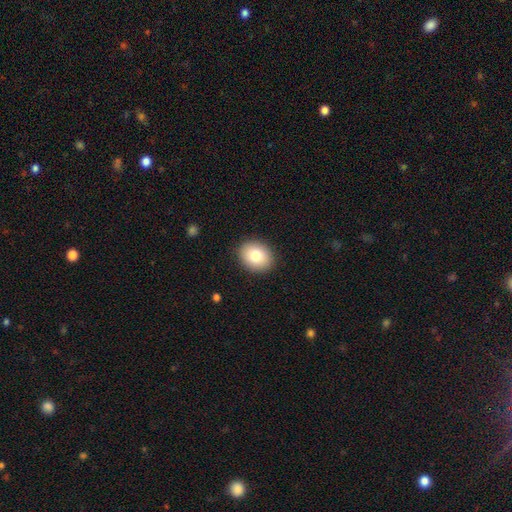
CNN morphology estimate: smooth 80%, featured or disk 11%, star or artifact 9%. Down the decision tree: how rounded — round (53%); merging — none (90%).